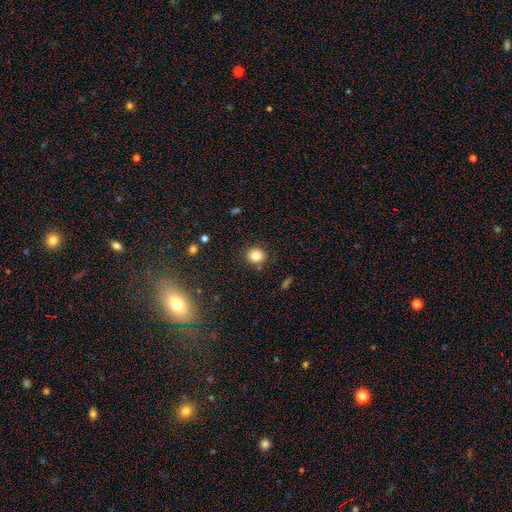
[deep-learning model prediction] Smooth or featured? smooth (82%)
How rounded? round (84%)
Merging? none (86%)